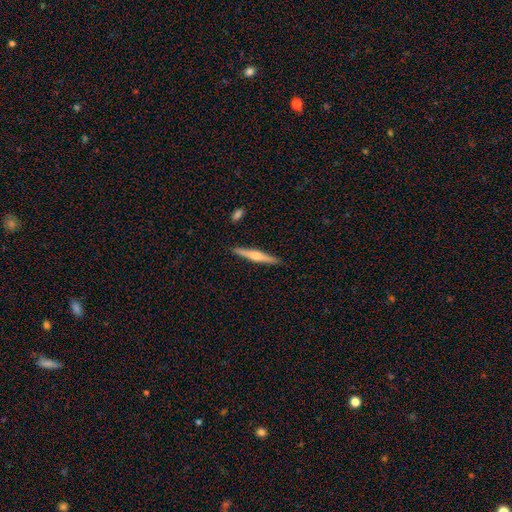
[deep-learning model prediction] Smooth or featured? Predicted: featured or disk (p=0.58). Edge-on disk? Predicted: yes (p=0.98). Edge-on bulge? Predicted: rounded (p=0.68). Merging? Predicted: none (p=0.90).